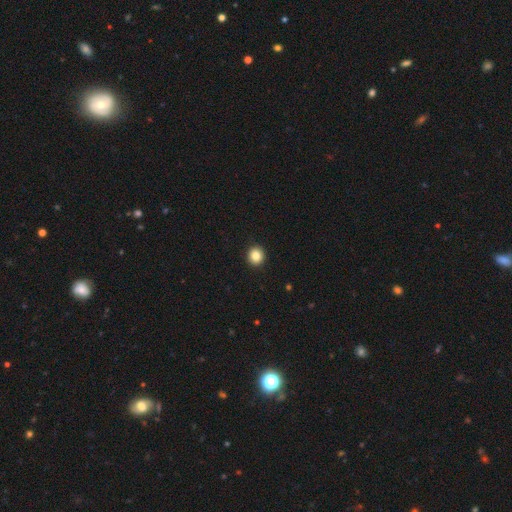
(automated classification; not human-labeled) smooth-or-featured: smooth: 85% | star or artifact: 10% | featured or disk: 5%
  how-rounded: round: 90% | in between: 9% | cigar-shaped: 1%
  merging: none: 93% | minor disturbance: 4% | major disturbance: 1% | merger: 1%